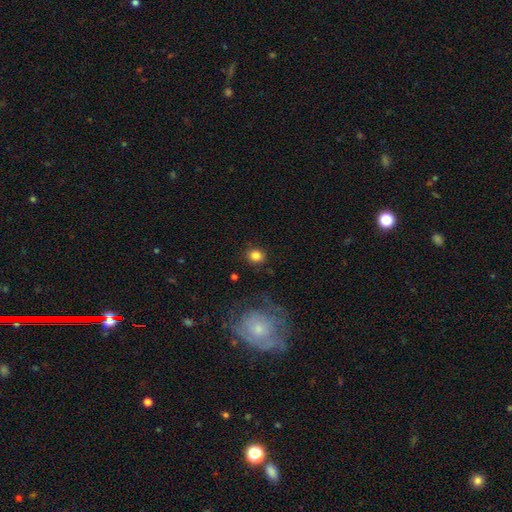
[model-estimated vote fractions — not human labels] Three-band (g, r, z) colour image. It shows a smooth galaxy with no disk features (83%) that is round (75%). Merging: none (87%).